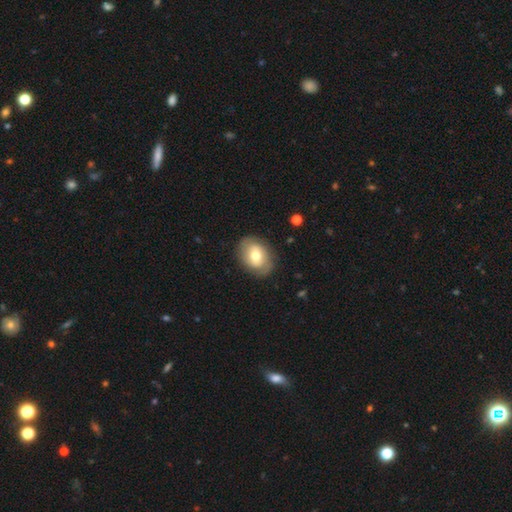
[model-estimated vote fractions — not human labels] smooth_or_featured: smooth (p=0.58) [alt: featured or disk p=0.35]
how_rounded: in between (p=0.66) [alt: round p=0.33]
merging: none (p=0.80) [alt: minor disturbance p=0.15]